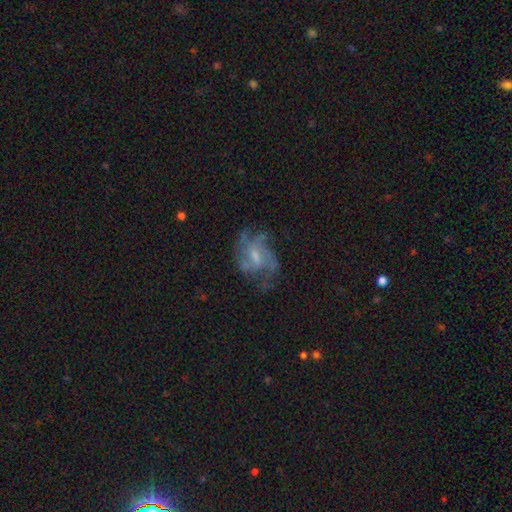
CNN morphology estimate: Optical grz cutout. It shows a featured or disk galaxy (76%) with a weak bar (51%), can't tell (28%, tied with 3) medium (48%) spiral arms (85%) and a small central bulge (43%). Merging: none (53%).